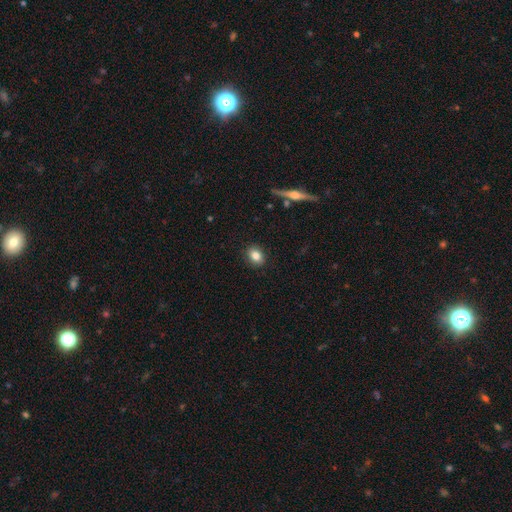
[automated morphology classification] smooth 83%, star or artifact 9%, featured or disk 8%. Down the decision tree: how rounded — in between (51%); merging — none (89%).